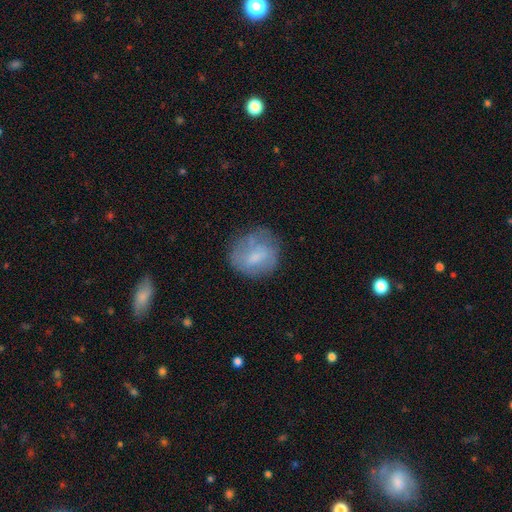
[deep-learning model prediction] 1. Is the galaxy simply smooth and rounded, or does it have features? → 57% smooth, 35% featured or disk, 8% star or artifact.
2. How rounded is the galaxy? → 74% round, 25% in between, 1% cigar-shaped.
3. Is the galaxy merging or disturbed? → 63% none, 23% minor disturbance, 12% major disturbance, 2% merger.